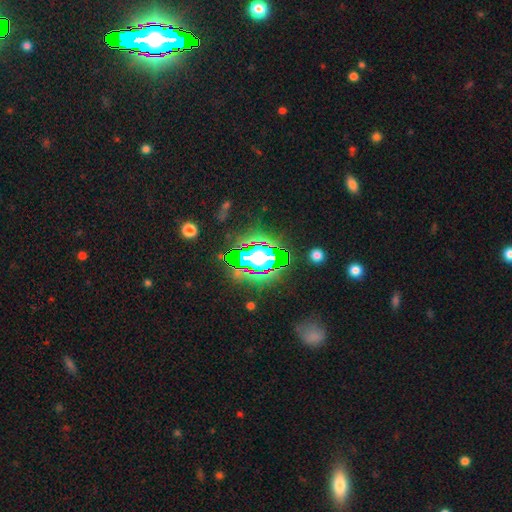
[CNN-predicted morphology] Overall: star or artifact (67%).